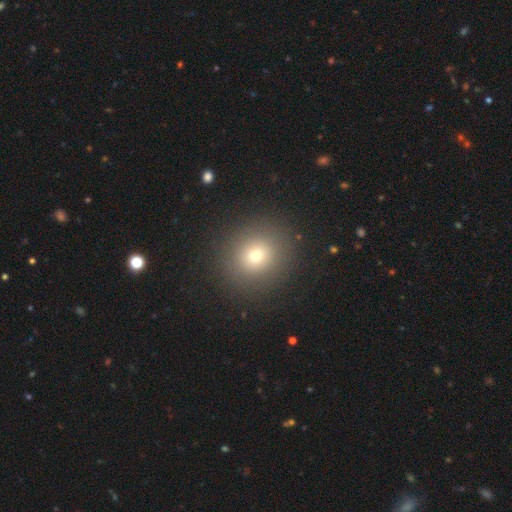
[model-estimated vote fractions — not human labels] Smooth or featured? Predicted: smooth (p=0.70). How rounded? Predicted: round (p=0.89). Merging? Predicted: none (p=0.89).